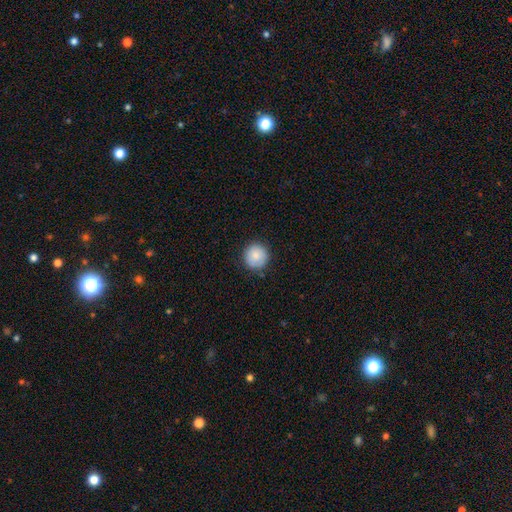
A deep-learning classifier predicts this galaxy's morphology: This appears to be a smooth galaxy with no disk features (85%) that is round (94%). Merging: none (86%).